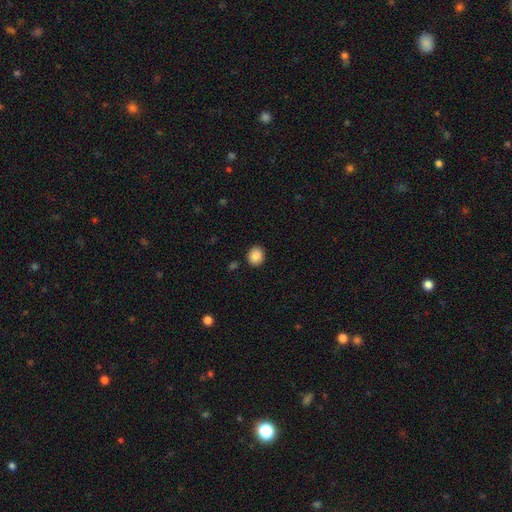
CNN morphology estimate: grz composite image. It shows a smooth galaxy with no disk features (88%) that is round (73%). Merging: none (89%).